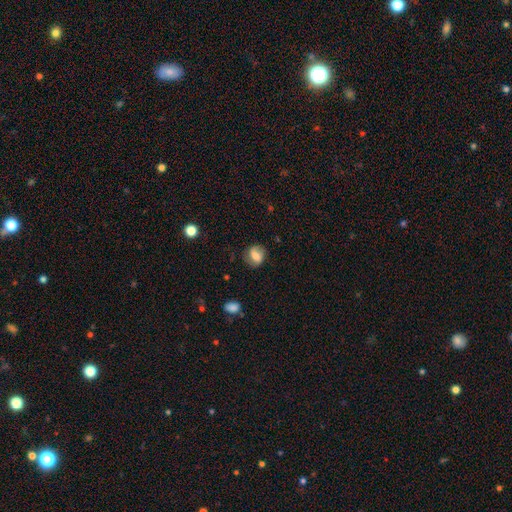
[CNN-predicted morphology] smooth-or-featured: smooth: 61% | featured or disk: 29% | star or artifact: 9%
  how-rounded: round: 59% | in between: 39% | cigar-shaped: 2%
  merging: none: 72% | minor disturbance: 20% | major disturbance: 7% | merger: 2%